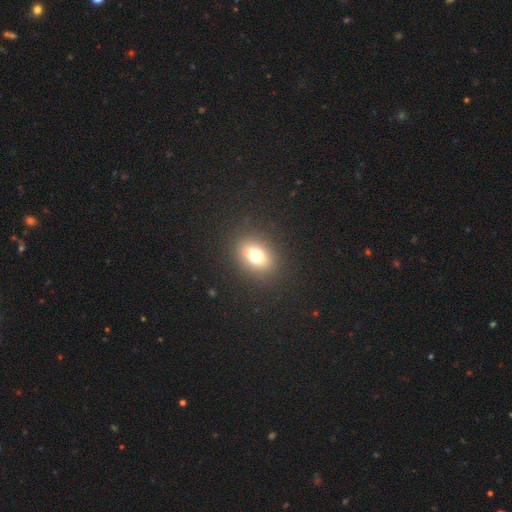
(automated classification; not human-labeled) Smooth or featured: smooth — 71% (star or artifact — 15%)
How rounded: in between — 60% (round — 38%)
Merging: none — 85% (minor disturbance — 9%)